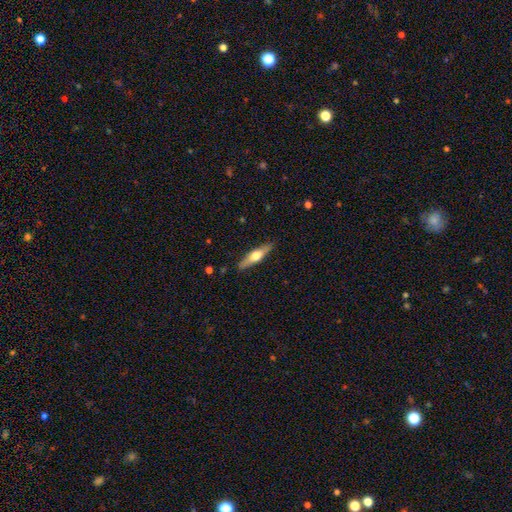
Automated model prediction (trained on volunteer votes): This is possibly a featured or disk galaxy (55%). It is clearly viewed edge-on (93%). Edge-on bulge: clearly rounded (92%). Merging: clearly none (88%).